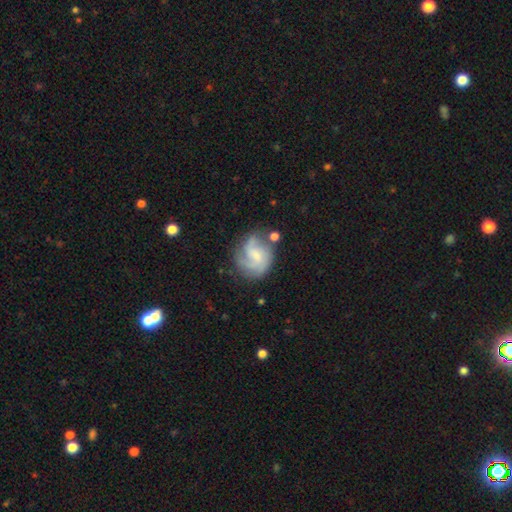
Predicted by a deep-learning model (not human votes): A featured or disk galaxy (72%) with a weak bar (46%), 3 (34%) medium (44%) spiral arms (91%) and a small central bulge (51%). Merging: none (59%).